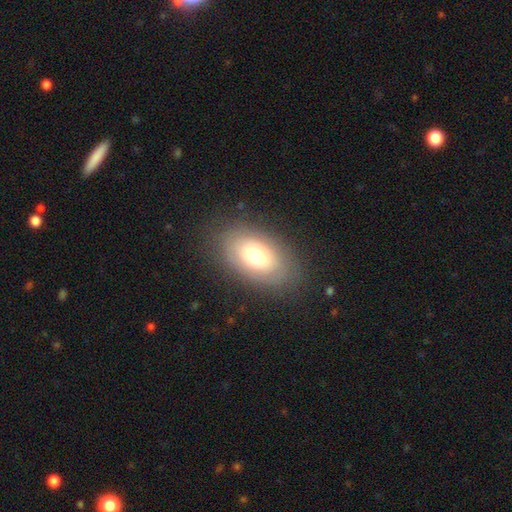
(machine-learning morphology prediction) The model was most divided on "smooth or featured": smooth: 59%, featured or disk: 32%, star or artifact: 9%. More confident: how rounded — in between (88%); merging — none (78%).